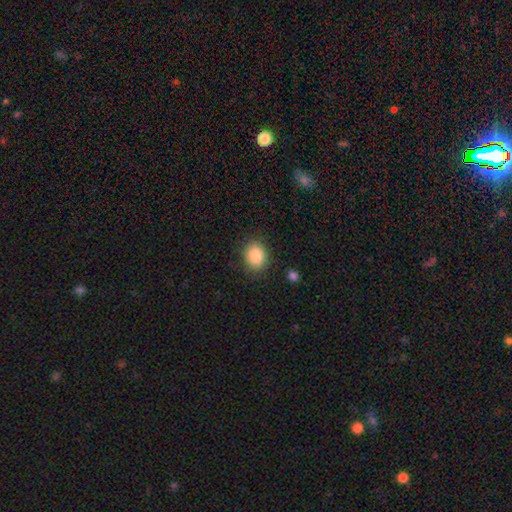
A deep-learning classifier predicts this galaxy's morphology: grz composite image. It shows a smooth galaxy with no disk features (87%) that is round (53%). Merging: none (85%).